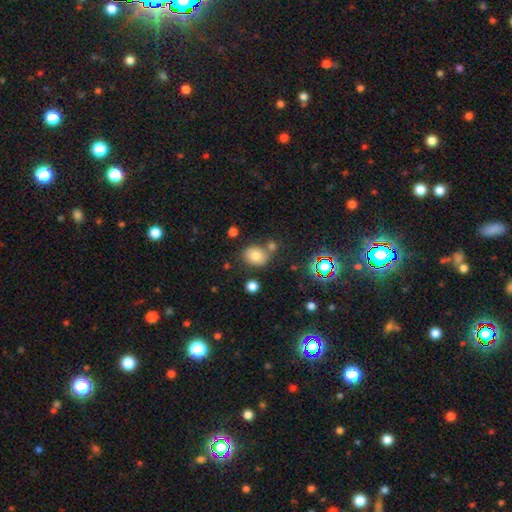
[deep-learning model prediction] Smooth or featured? smooth (72%)
How rounded? round (63%)
Merging? none (66%)